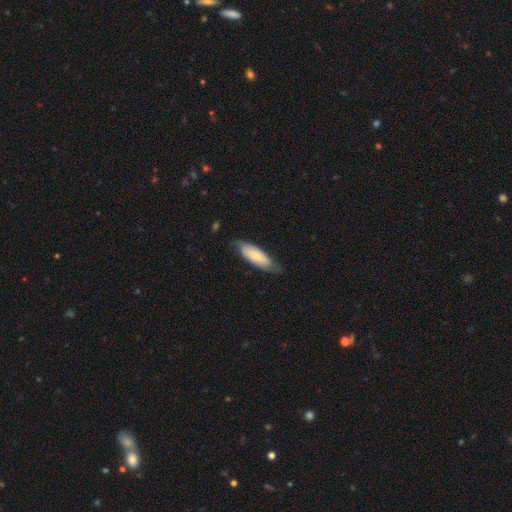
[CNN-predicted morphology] Overall: smooth (72%). How rounded: in between (63%; cigar-shaped 35%). Merging: none (70%).